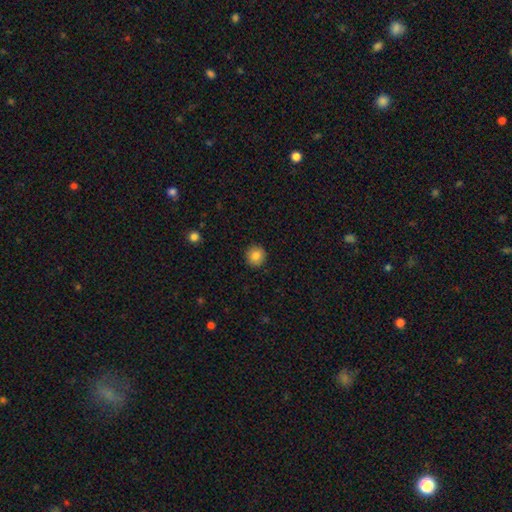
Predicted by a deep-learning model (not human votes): smooth-or-featured: smooth: 85% | star or artifact: 9% | featured or disk: 6%
  how-rounded: round: 94% | in between: 5% | cigar-shaped: 1%
  merging: none: 92% | minor disturbance: 6% | major disturbance: 2% | merger: 1%